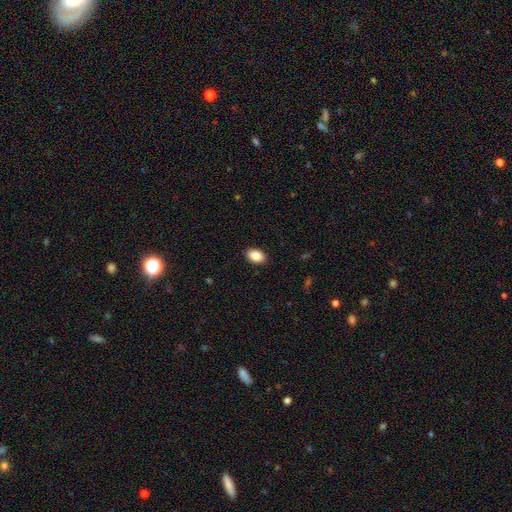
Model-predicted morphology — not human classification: smooth-or-featured: smooth: 87% | star or artifact: 8% | featured or disk: 5%
  how-rounded: in between: 85% | round: 14% | cigar-shaped: 1%
  merging: none: 90% | minor disturbance: 7% | major disturbance: 2% | merger: 1%